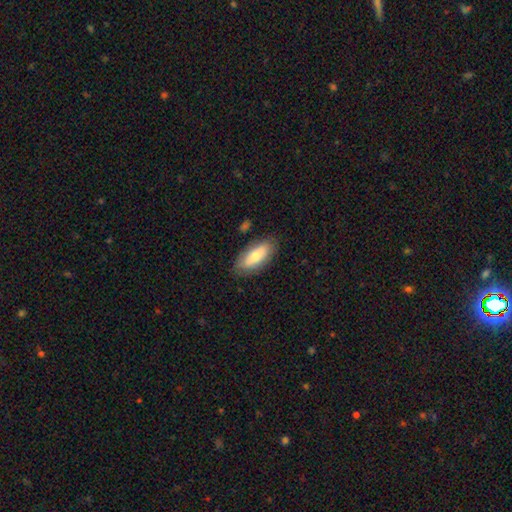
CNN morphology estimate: smooth_or_featured: smooth (p=0.74) [alt: featured or disk p=0.20]
how_rounded: in between (p=0.81) [alt: cigar-shaped p=0.17]
merging: none (p=0.83) [alt: minor disturbance p=0.13]